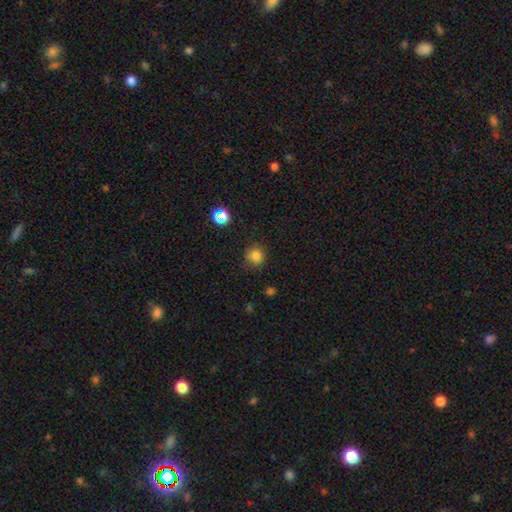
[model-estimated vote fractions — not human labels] Overall: smooth (81%). How rounded: round (89%). Merging: none (81%).